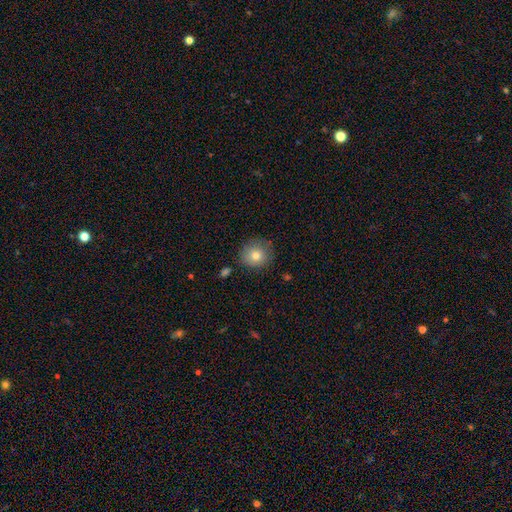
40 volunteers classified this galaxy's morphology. This is clearly a smooth galaxy (85%). How rounded: clearly round (82%). Merging: likely none (73%).